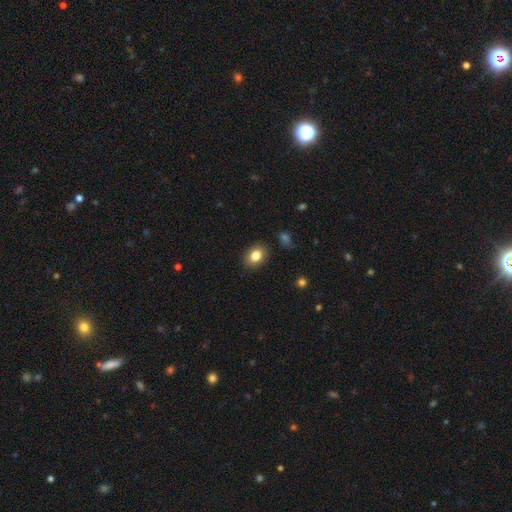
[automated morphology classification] This is clearly a smooth galaxy (83%). How rounded: likely in between (62%). Merging: clearly none (88%).